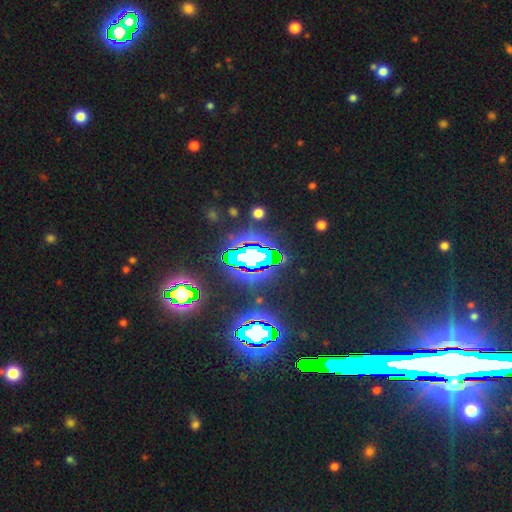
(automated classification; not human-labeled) Q: Smooth or featured?
A: star or artifact (75%); runner-up: smooth (13%)